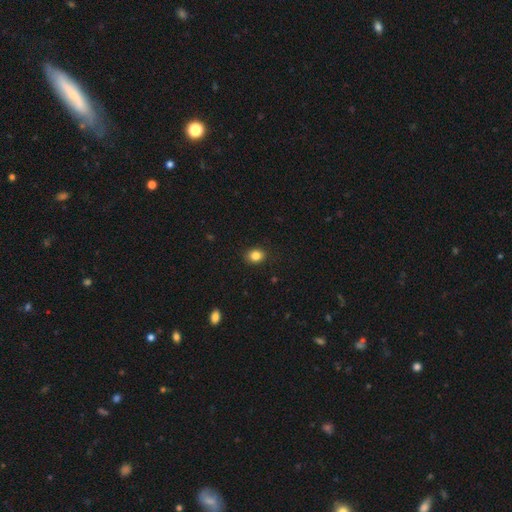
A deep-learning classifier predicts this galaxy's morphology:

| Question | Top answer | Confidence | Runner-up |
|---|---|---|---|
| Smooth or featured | smooth | 84% | star or artifact (11%) |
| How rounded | round | 55% | in between (44%) |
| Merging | none | 89% | minor disturbance (8%) |